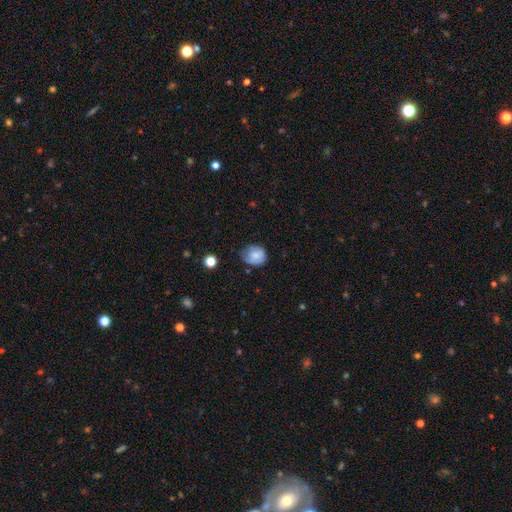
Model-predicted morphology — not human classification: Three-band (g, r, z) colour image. It shows a smooth galaxy with no disk features (72%) that is round (69%). Merging: none (59%).